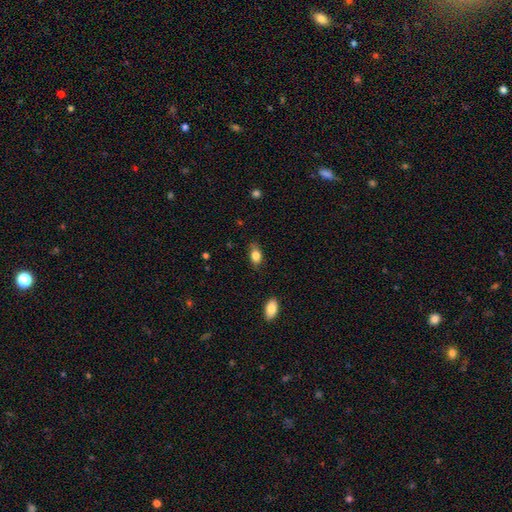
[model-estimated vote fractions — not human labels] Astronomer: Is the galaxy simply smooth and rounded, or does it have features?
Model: smooth — 83%.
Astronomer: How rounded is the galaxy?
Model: in between — 84%.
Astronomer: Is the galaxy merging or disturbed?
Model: none — 74%.